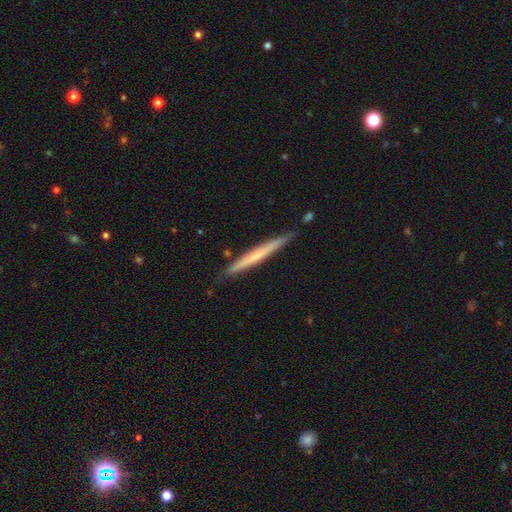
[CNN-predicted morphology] Smooth or featured? featured or disk (48%)
Merging? none (87%)